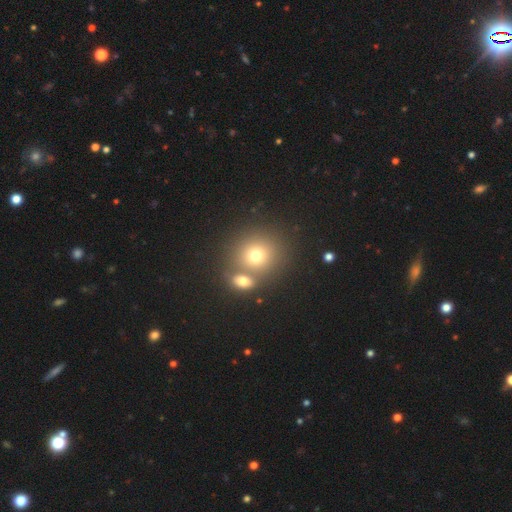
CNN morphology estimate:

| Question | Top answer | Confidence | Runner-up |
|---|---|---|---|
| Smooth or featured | smooth | 72% | star or artifact (15%) |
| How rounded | round | 81% | in between (18%) |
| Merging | none | 53% | merger (36%) |